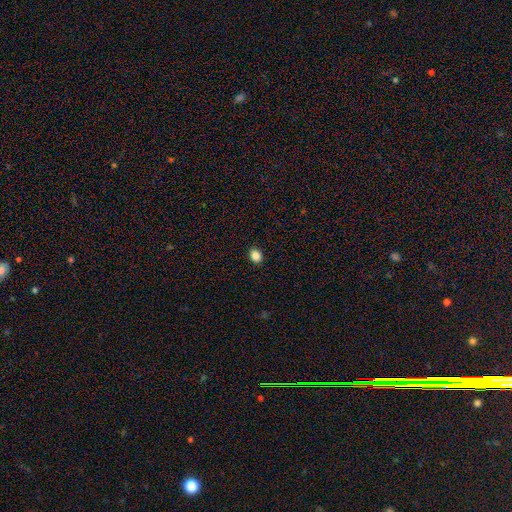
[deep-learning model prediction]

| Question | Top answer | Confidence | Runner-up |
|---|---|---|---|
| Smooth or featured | smooth | 85% | star or artifact (10%) |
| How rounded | in between | 57% | round (42%) |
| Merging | none | 90% | minor disturbance (7%) |